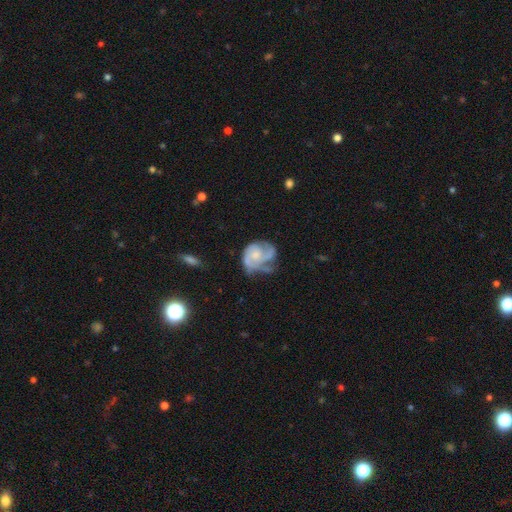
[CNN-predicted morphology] smooth_or_featured: featured or disk (p=0.75) [alt: smooth p=0.18]
disk_edge_on: no (p=0.98) [alt: yes p=0.02]
bar: no (p=0.74) [alt: weak p=0.22]
has_spiral_arms: yes (p=0.90) [alt: no p=0.10]
spiral_winding: medium (p=0.42) [alt: tight p=0.41]
spiral_arm_count: 3 (p=0.37) [alt: 2 p=0.28]
bulge_size: small (p=0.42) [alt: moderate p=0.36]
merging: none (p=0.42) [alt: minor disturbance p=0.28]